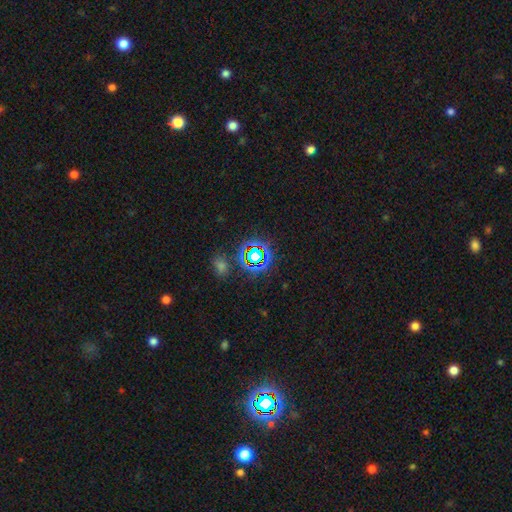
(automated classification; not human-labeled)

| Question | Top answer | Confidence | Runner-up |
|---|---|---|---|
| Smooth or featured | star or artifact | 69% | smooth (21%) |